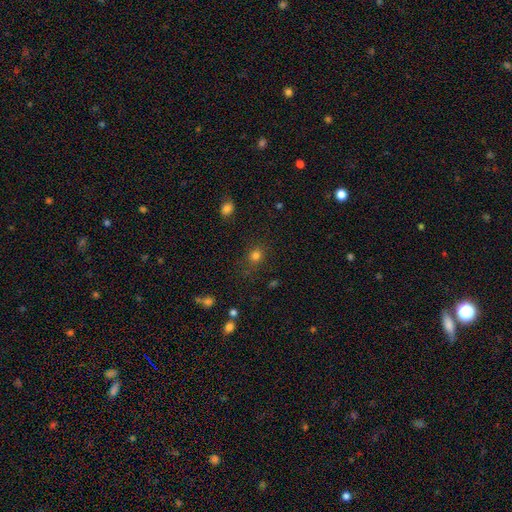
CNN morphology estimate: Smooth or featured: smooth — 78% (star or artifact — 17%)
How rounded: round — 71% (in between — 27%)
Merging: none — 79% (minor disturbance — 13%)